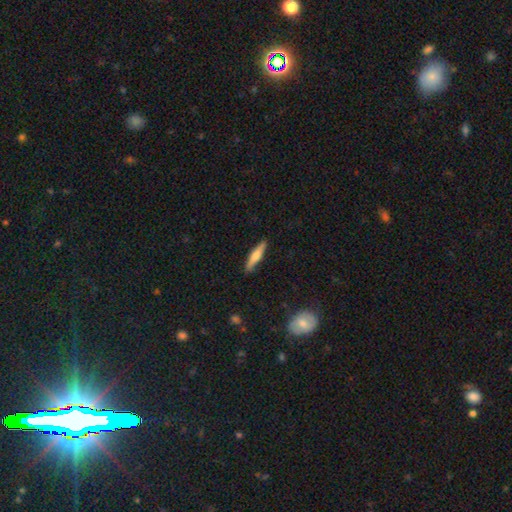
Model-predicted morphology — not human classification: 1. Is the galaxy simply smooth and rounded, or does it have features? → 56% smooth, 39% featured or disk, 6% star or artifact.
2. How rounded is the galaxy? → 85% cigar-shaped, 14% in between, 2% round.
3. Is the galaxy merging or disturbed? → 88% none, 9% minor disturbance, 2% major disturbance, 1% merger.